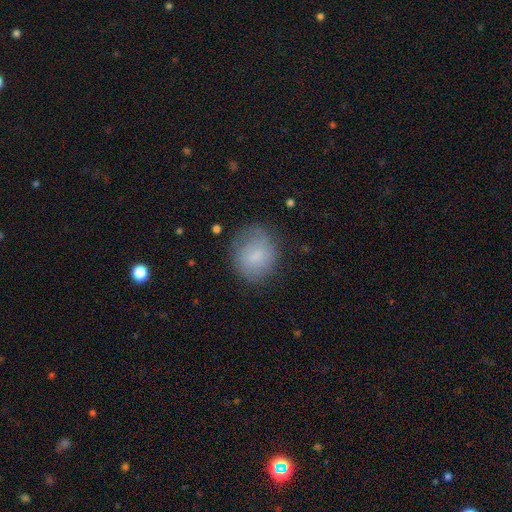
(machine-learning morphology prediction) type=smooth (75%); roundness=round (69%); merging=none (69%).